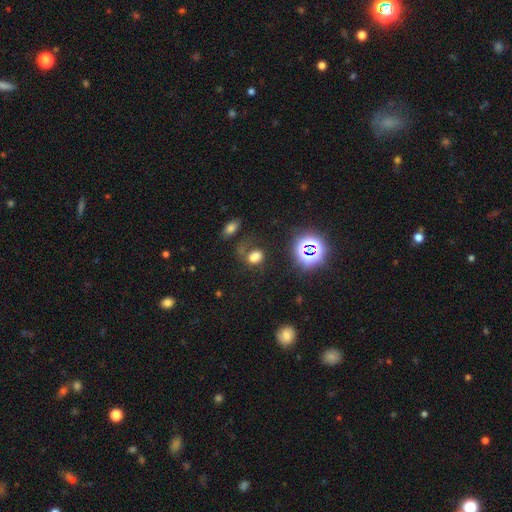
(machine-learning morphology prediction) type=smooth (60%); roundness=in between (67%); merging=none (52%).